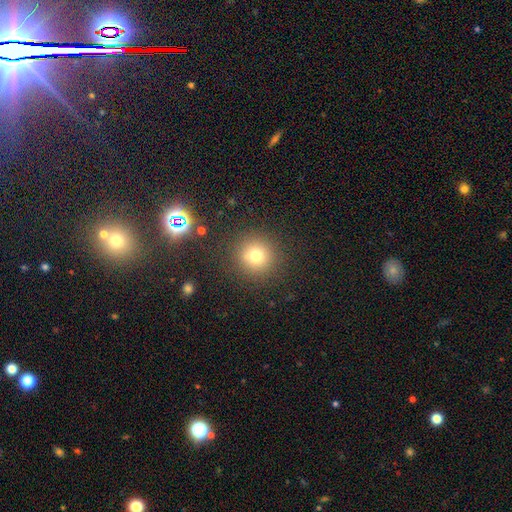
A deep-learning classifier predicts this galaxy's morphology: Smooth or featured? Predicted: smooth (p=0.73). How rounded? Predicted: round (p=0.94). Merging? Predicted: none (p=0.87).